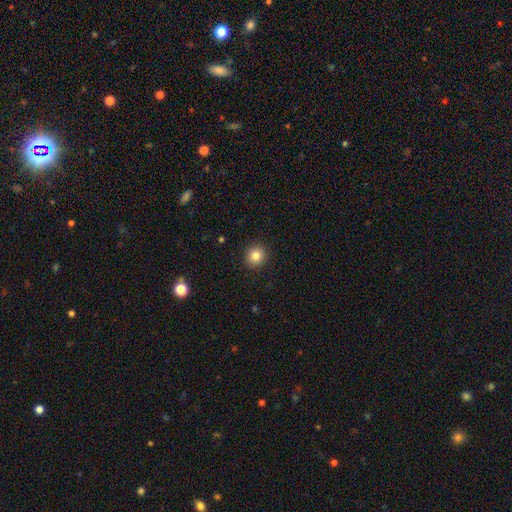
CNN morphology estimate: Smooth or featured?
  - smooth: 84% *
  - star or artifact: 10%
  - featured or disk: 6%
How rounded?
  - round: 91% *
  - in between: 9%
  - cigar-shaped: 1%
Merging?
  - none: 92% *
  - minor disturbance: 5%
  - major disturbance: 2%
  - merger: 1%